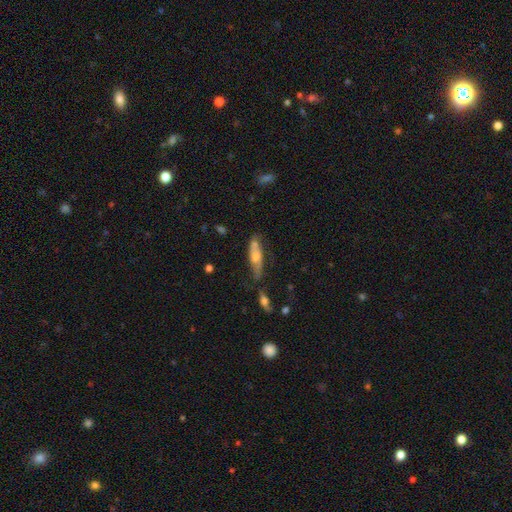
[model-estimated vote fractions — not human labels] A smooth galaxy with no disk features (48%). Merging: none (49%).